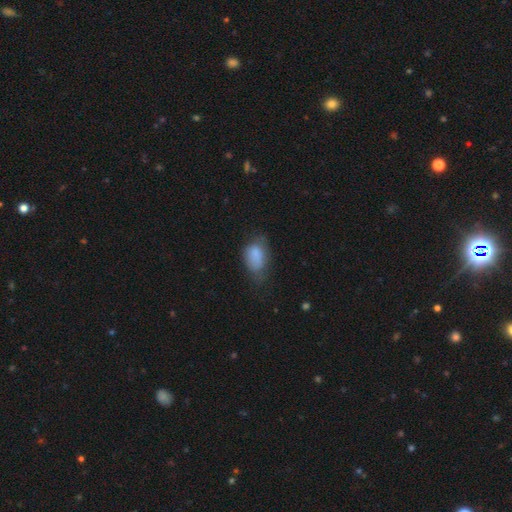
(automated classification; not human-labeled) smooth 80%, featured or disk 11%, star or artifact 9%. Down the decision tree: how rounded — in between (85%); merging — none (40%).